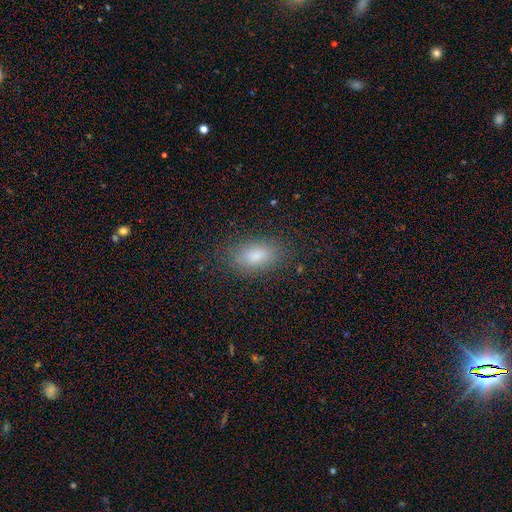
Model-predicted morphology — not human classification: A smooth galaxy with no disk features (82%) that is in between round and cigar-shaped (88%). Merging: none (83%).